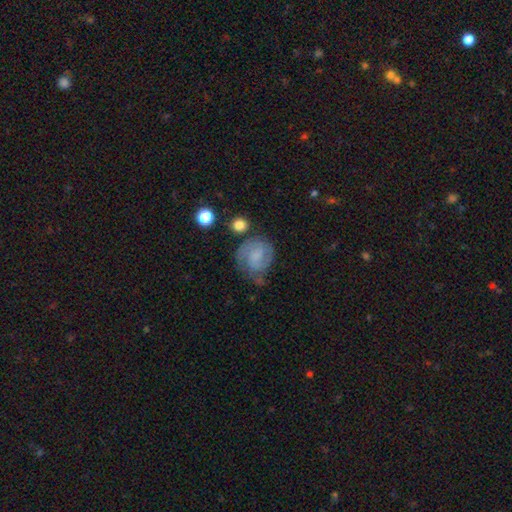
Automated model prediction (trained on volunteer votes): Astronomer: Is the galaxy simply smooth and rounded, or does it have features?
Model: featured or disk — 65%.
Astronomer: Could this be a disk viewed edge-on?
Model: no — 98%.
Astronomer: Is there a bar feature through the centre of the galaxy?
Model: weak — 46% (runner-up: no, 44%).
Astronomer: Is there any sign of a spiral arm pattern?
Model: yes — 89%.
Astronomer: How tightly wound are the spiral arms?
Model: tight — 46% (runner-up: medium, 41%).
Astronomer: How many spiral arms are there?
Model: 2 — 64%.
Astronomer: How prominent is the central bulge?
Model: none — 45% (runner-up: small, 32%).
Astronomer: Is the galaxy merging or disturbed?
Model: none — 61%.